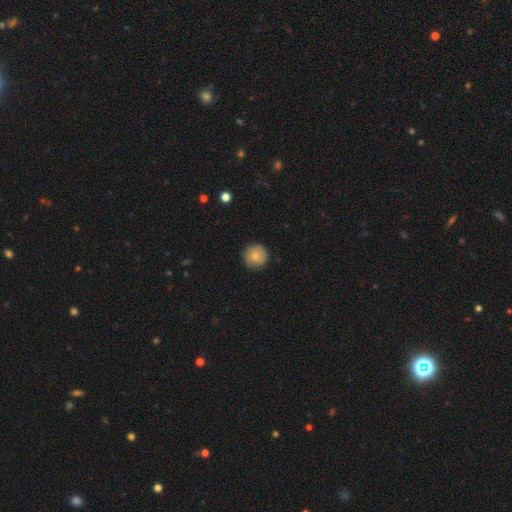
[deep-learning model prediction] Overall: smooth (82%). How rounded: round (95%). Merging: none (87%).